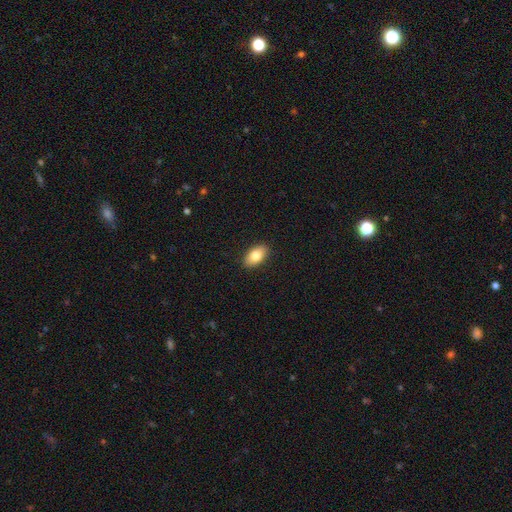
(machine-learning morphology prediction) smooth 80%, featured or disk 13%, star or artifact 7%. Down the decision tree: how rounded — in between (92%); merging — none (90%).